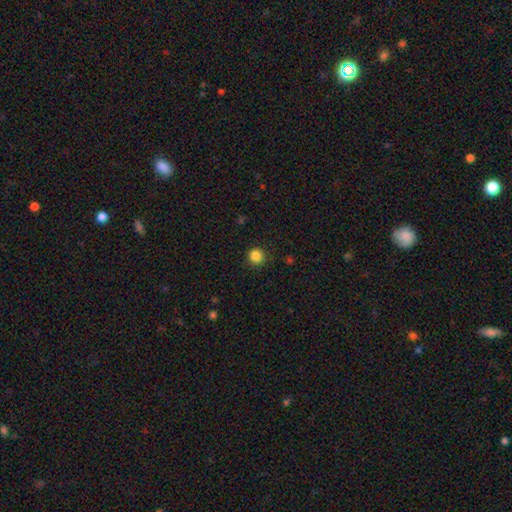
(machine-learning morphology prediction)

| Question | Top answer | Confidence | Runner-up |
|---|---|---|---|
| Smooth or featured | smooth | 85% | star or artifact (11%) |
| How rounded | round | 94% | in between (5%) |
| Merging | none | 89% | minor disturbance (7%) |